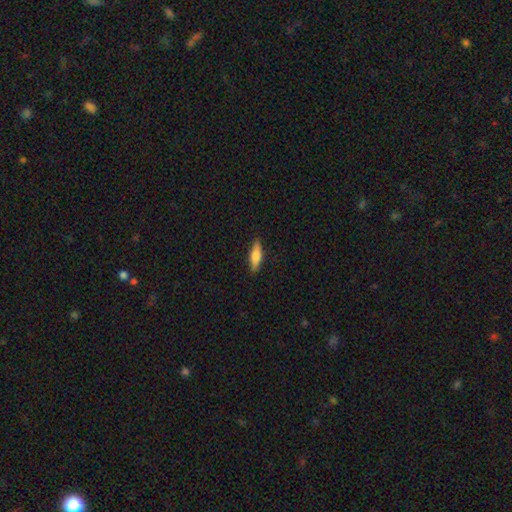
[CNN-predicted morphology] smooth_or_featured: smooth (p=0.71) [alt: featured or disk p=0.23]
how_rounded: cigar-shaped (p=0.52) [alt: in between p=0.46]
merging: none (p=0.87) [alt: minor disturbance p=0.10]